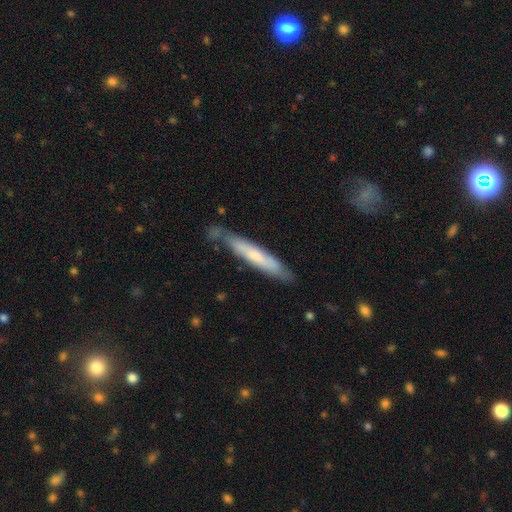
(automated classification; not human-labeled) smooth_or_featured: smooth (p=0.55) [alt: featured or disk p=0.40]
how_rounded: cigar-shaped (p=0.92) [alt: in between p=0.07]
merging: none (p=0.72) [alt: minor disturbance p=0.20]